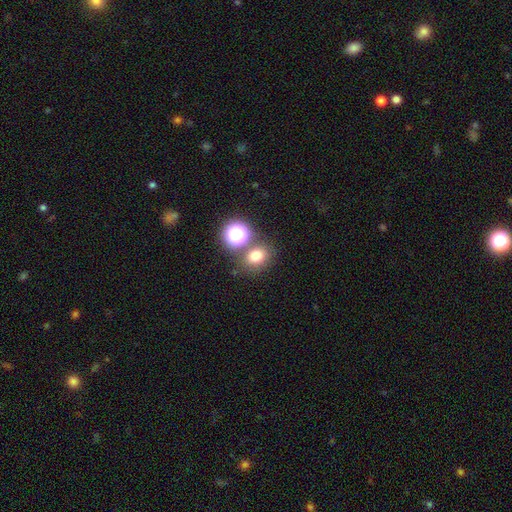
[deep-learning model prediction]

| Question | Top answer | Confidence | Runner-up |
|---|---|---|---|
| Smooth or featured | smooth | 72% | star or artifact (18%) |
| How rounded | round | 55% | in between (44%) |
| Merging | none | 69% | merger (17%) |